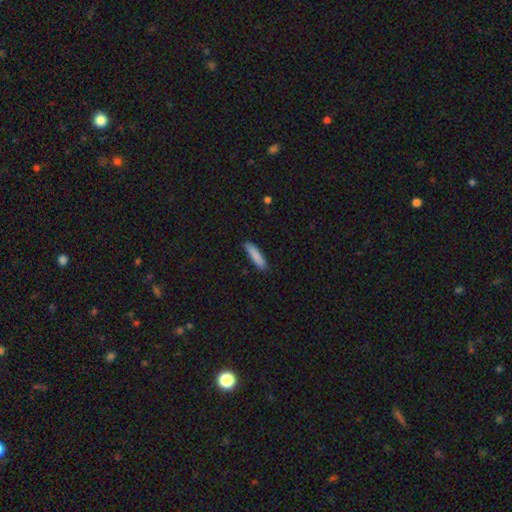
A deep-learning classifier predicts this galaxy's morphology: A smooth galaxy with no disk features (87%) that is cigar-shaped (81%). Merging: none (87%).